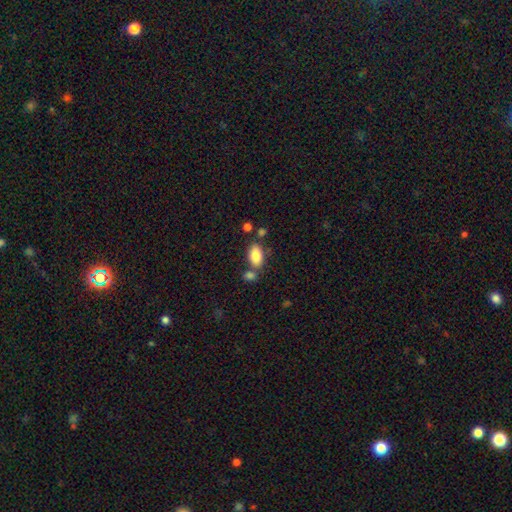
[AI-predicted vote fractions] smooth-or-featured: smooth: 85% | featured or disk: 8% | star or artifact: 7%
  how-rounded: in between: 93% | round: 4% | cigar-shaped: 3%
  merging: none: 64% | merger: 20% | minor disturbance: 12% | major disturbance: 4%